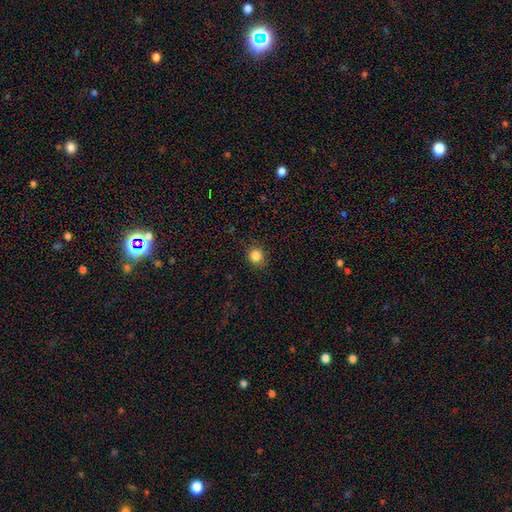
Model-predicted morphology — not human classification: A smooth galaxy with no disk features (85%) that is round (88%). Merging: none (89%).